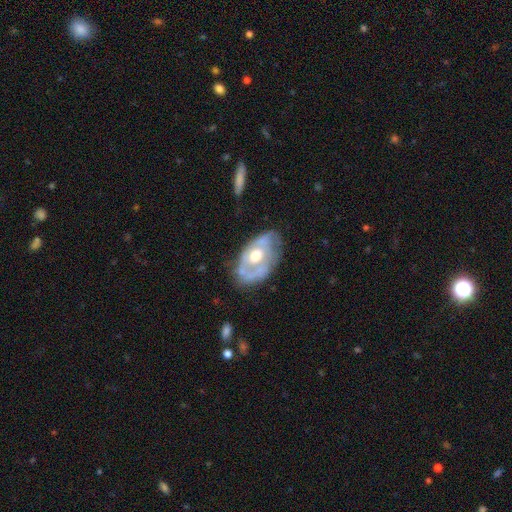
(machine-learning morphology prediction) featured or disk 72%, smooth 22%, star or artifact 5%. Down the decision tree: edge-on disk — no (93%); bar — no (76%); spiral arms — yes (52%); bulge size — moderate (73%); merging — none (58%).